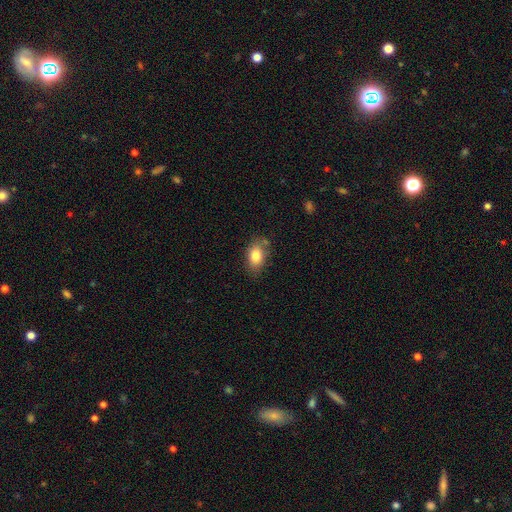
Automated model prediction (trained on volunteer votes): Smooth or featured?
  - smooth: 82% *
  - featured or disk: 9%
  - star or artifact: 8%
How rounded?
  - in between: 85% *
  - round: 13%
  - cigar-shaped: 2%
Merging?
  - none: 73% *
  - minor disturbance: 19%
  - major disturbance: 4%
  - merger: 4%